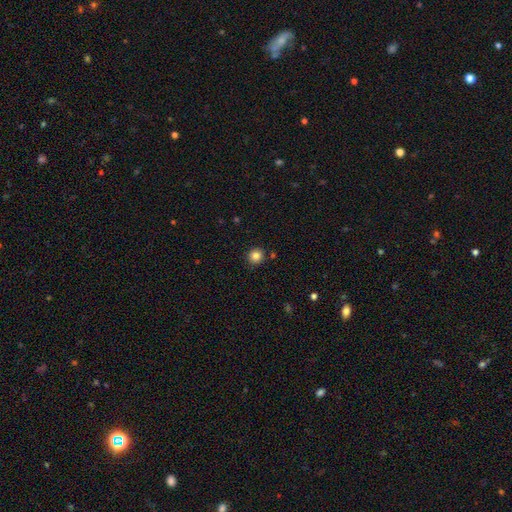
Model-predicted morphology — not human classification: smooth 83%, star or artifact 11%, featured or disk 5%. Down the decision tree: how rounded — round (91%); merging — none (88%).